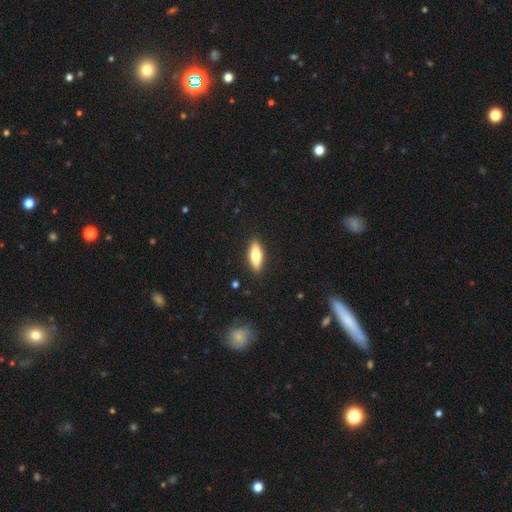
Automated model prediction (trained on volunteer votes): A smooth galaxy with no disk features (67%) that is in between round and cigar-shaped (60%).

Vote fractions:
- Smooth or featured? smooth: 67% / featured or disk: 27% / star or artifact: 6%
- How rounded? in between: 60% / cigar-shaped: 38% / round: 2%
- Merging? none: 89% / minor disturbance: 8% / major disturbance: 2% / merger: 1%